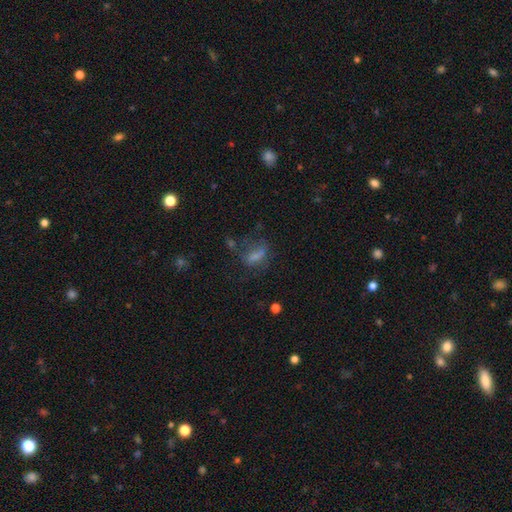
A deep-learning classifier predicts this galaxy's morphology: type=smooth (58%); roundness=in between (65%); merging=none (38%).